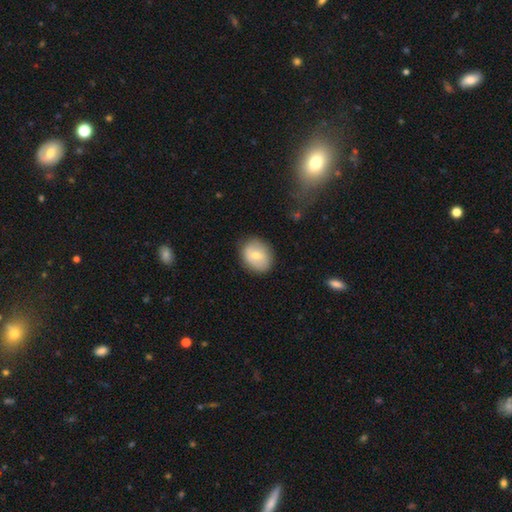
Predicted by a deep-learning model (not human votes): Q: Smooth or featured?
A: smooth (69%); runner-up: featured or disk (24%)
Q: How rounded?
A: round (51%); runner-up: in between (48%)
Q: Merging?
A: none (83%); runner-up: minor disturbance (12%)